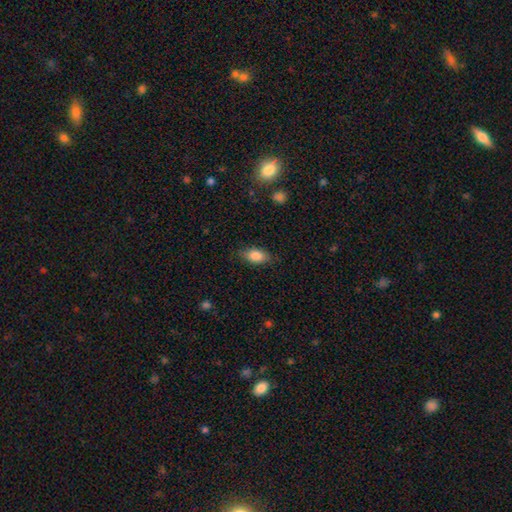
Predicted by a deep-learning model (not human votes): Smooth or featured: smooth — 85% (featured or disk — 8%)
How rounded: in between — 90% (round — 5%)
Merging: none — 82% (minor disturbance — 14%)